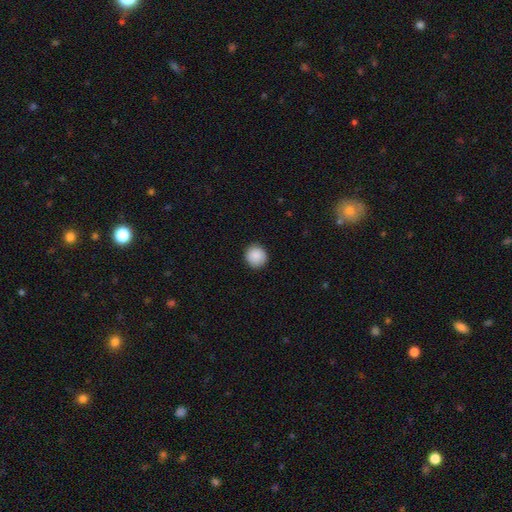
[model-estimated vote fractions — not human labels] This is clearly a smooth galaxy (89%). How rounded: clearly round (93%). Merging: clearly none (90%).